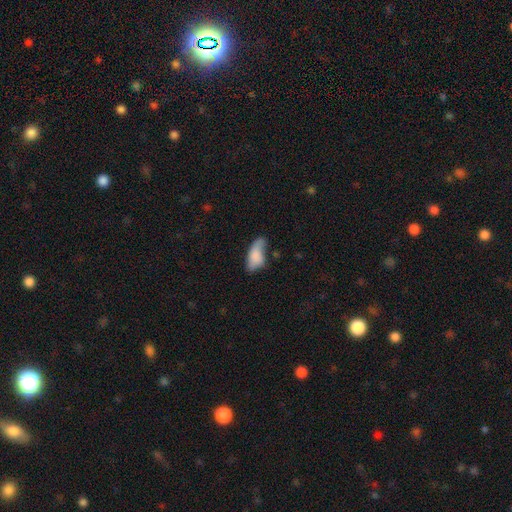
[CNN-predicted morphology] This is likely a smooth galaxy (79%). How rounded: clearly in between (88%). Merging: marginally none (41%).